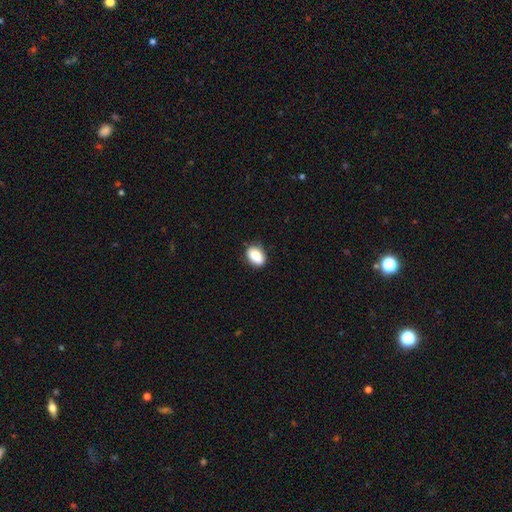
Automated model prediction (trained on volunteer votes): Overall: smooth (84%). How rounded: in between (82%). Merging: none (75%).